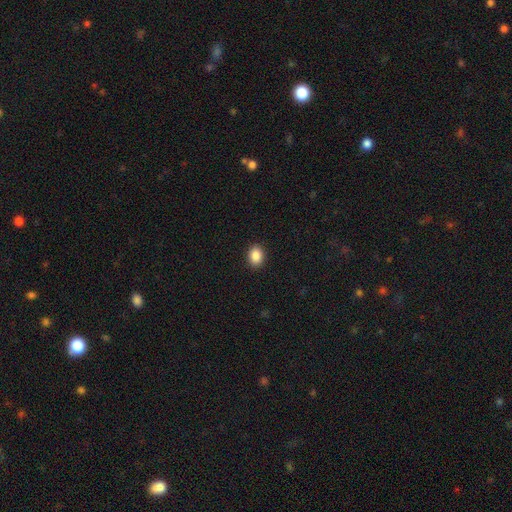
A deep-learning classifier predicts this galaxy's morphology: Smooth or featured: smooth — 88% (star or artifact — 8%)
How rounded: in between — 63% (round — 36%)
Merging: none — 91% (minor disturbance — 6%)